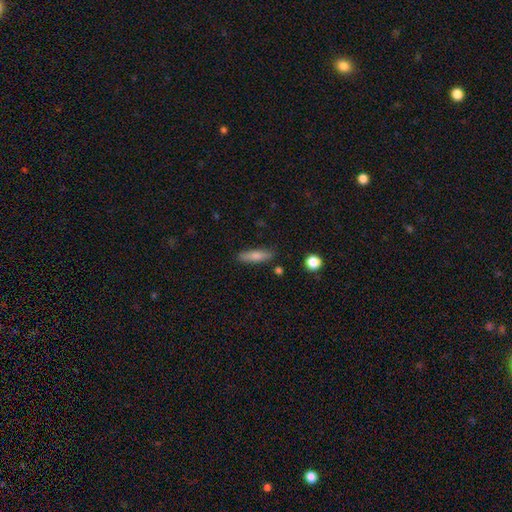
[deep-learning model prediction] smooth-or-featured: smooth: 76% | featured or disk: 17% | star or artifact: 7%
  how-rounded: cigar-shaped: 65% | in between: 33% | round: 2%
  merging: none: 84% | minor disturbance: 11% | merger: 3% | major disturbance: 3%